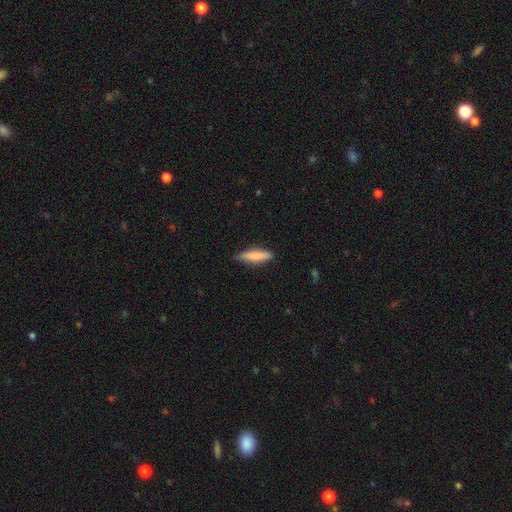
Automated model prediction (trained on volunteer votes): smooth-or-featured: smooth: 79% | featured or disk: 15% | star or artifact: 6%
  how-rounded: cigar-shaped: 77% | in between: 21% | round: 1%
  merging: none: 82% | minor disturbance: 15% | major disturbance: 2% | merger: 1%